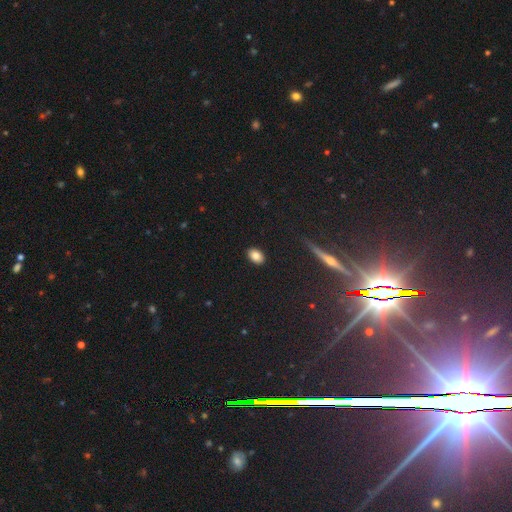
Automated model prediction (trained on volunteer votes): This appears to be a smooth galaxy with no disk features (83%) that is in between round and cigar-shaped (83%). Merging: none (90%).